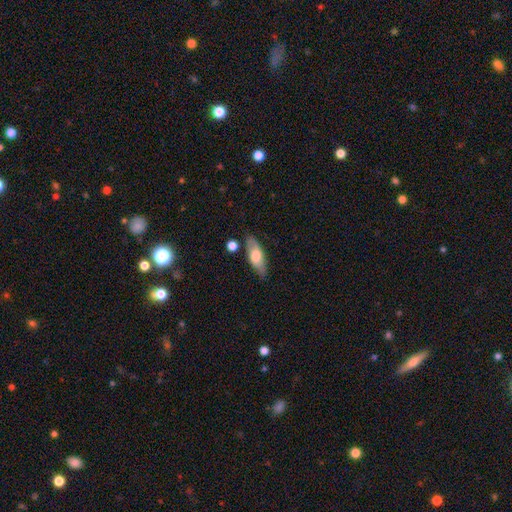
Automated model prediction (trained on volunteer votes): Overall: smooth (62%; featured or disk 32%). How rounded: in between (71%). Merging: none (78%).